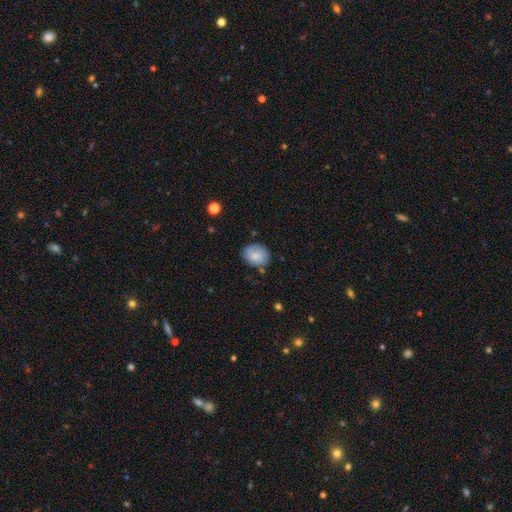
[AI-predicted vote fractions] smooth 77%, featured or disk 16%, star or artifact 8%. Down the decision tree: how rounded — round (50%); merging — none (71%).